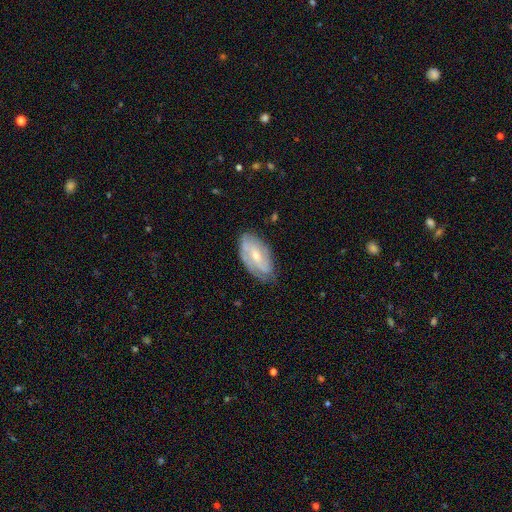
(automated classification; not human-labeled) Smooth or featured? featured or disk (71%)
Edge-on disk? no (94%)
Bar? weak (46%)
Spiral arms? yes (87%)
Spiral winding? tight (46%)
Spiral arm count? 2 (50%)
Bulge size? small (53%)
Merging? none (70%)